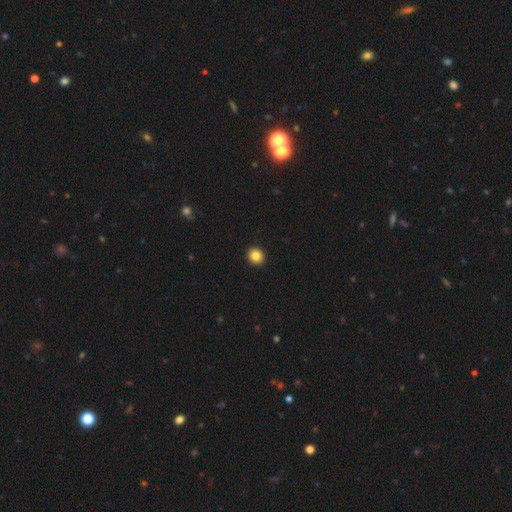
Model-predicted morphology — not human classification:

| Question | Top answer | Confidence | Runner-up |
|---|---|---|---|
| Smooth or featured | smooth | 85% | star or artifact (10%) |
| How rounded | round | 85% | in between (14%) |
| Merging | none | 93% | minor disturbance (4%) |